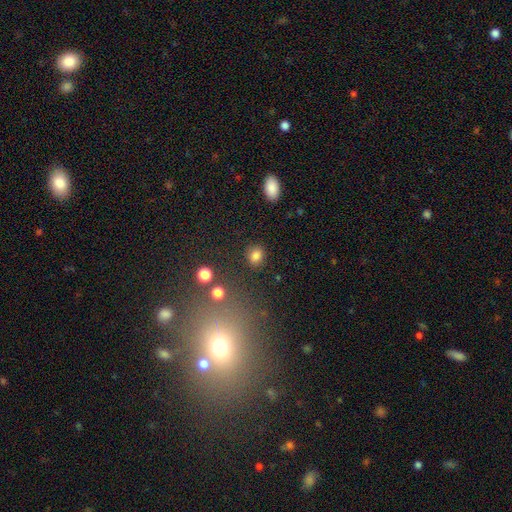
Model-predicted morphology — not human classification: Smooth or featured: smooth — 83% (star or artifact — 12%)
How rounded: round — 62% (in between — 37%)
Merging: none — 83% (minor disturbance — 10%)